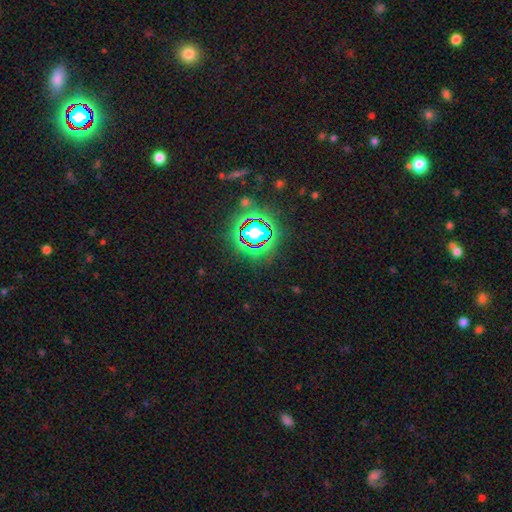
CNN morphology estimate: Smooth or featured: star or artifact — 77% (smooth — 14%)